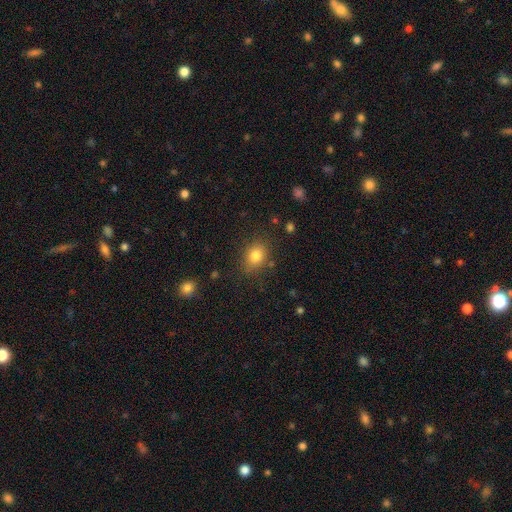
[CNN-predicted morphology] Smooth or featured? smooth (81%)
How rounded? in between (59%)
Merging? none (82%)